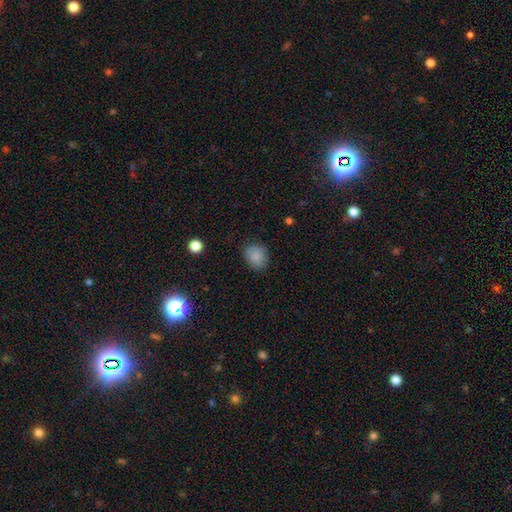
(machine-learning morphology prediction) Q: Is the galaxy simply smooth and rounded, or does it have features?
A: smooth — 85%.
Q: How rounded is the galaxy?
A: round — 66%.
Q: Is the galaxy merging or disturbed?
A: none — 79%.